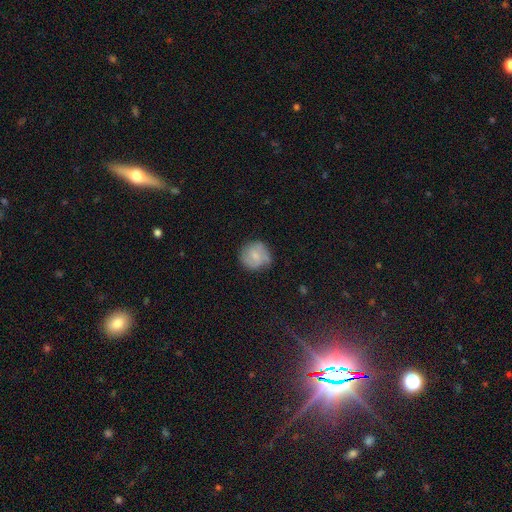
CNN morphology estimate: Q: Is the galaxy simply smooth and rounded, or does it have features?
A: smooth — 61%.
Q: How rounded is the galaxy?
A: round — 90%.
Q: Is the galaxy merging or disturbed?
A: none — 70%.